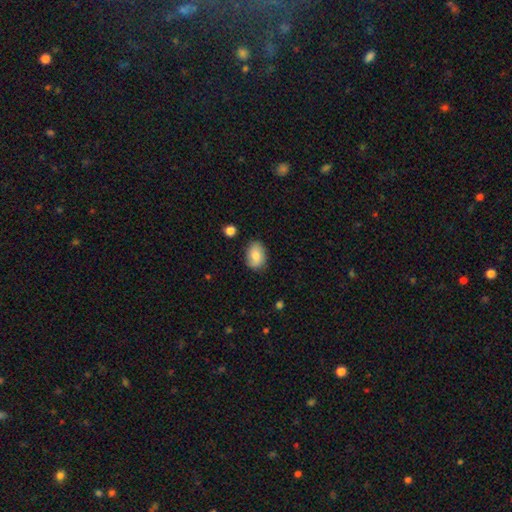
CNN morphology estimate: A smooth galaxy with no disk features (79%) that is in between round and cigar-shaped (80%).

Vote fractions:
- Smooth or featured? smooth: 79% / featured or disk: 13% / star or artifact: 7%
- How rounded? in between: 80% / round: 19% / cigar-shaped: 1%
- Merging? none: 81% / minor disturbance: 15% / major disturbance: 3% / merger: 2%